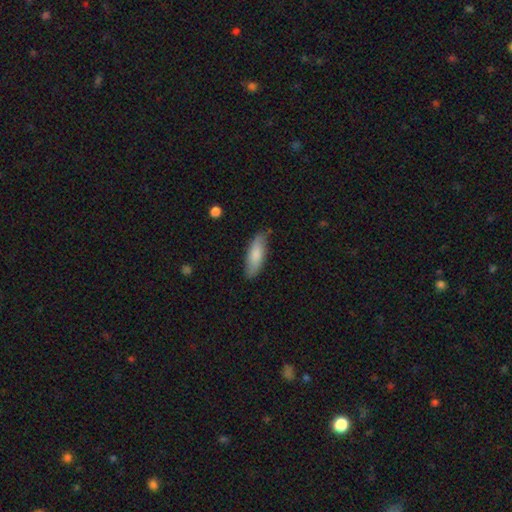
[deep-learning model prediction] This appears to be a smooth galaxy with no disk features (79%) that is in between round and cigar-shaped (60%). Merging: none (80%).